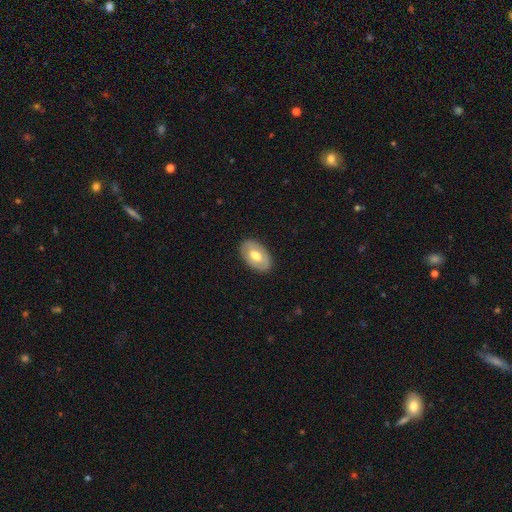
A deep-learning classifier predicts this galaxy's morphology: Smooth or featured?
  - smooth: 54% *
  - featured or disk: 41%
  - star or artifact: 5%
How rounded?
  - in between: 91% *
  - round: 7%
  - cigar-shaped: 1%
Merging?
  - none: 86% *
  - minor disturbance: 10%
  - major disturbance: 3%
  - merger: 1%